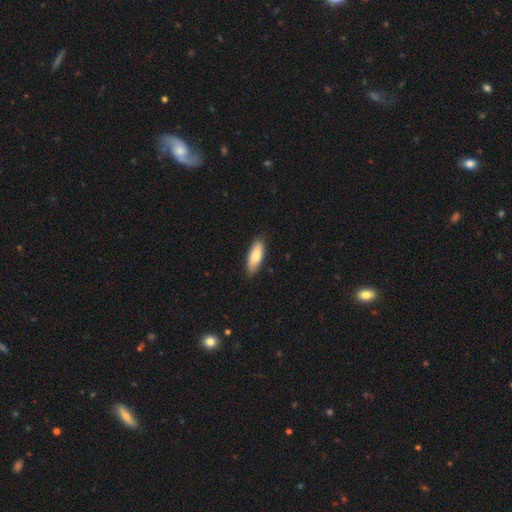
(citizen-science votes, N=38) A smooth galaxy with no disk features (74%) that is in between round and cigar-shaped (68%). Merging: none (74%).